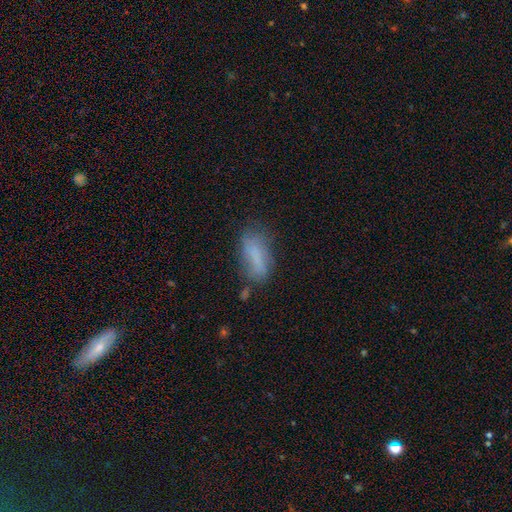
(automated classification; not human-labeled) A smooth galaxy with no disk features (67%) that is in between round and cigar-shaped (75%). Merging: none (55%).